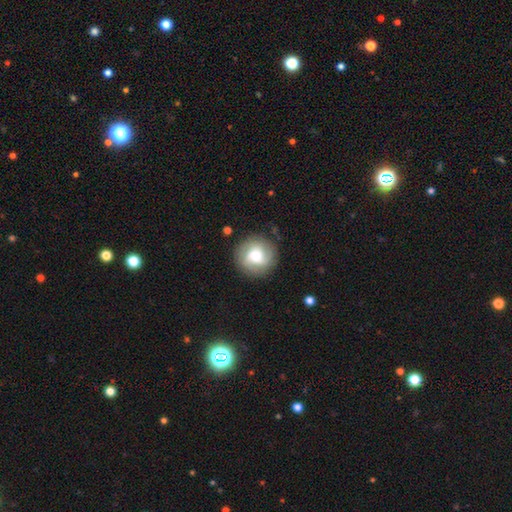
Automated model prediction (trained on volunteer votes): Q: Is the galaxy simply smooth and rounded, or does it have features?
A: featured or disk — 56%.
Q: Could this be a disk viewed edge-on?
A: no — 98%.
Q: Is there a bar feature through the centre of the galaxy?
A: no — 57%.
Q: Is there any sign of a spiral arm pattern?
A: yes — 89%.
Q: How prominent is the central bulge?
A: moderate — 47%.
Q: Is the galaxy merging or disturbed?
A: none — 83%.